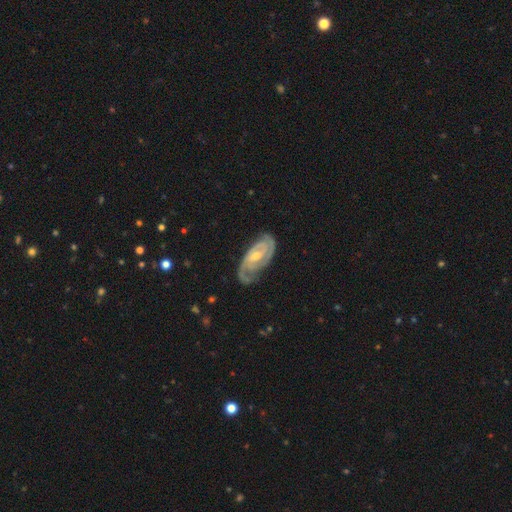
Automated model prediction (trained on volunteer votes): Q: Smooth or featured?
A: featured or disk (87%); runner-up: smooth (7%)
Q: Edge-on disk?
A: no (95%); runner-up: yes (5%)
Q: Bar?
A: weak (44%); runner-up: no (41%)
Q: Spiral arms?
A: yes (97%); runner-up: no (3%)
Q: Spiral winding?
A: tight (64%); runner-up: medium (30%)
Q: Spiral arm count?
A: 2 (73%); runner-up: can't tell (11%)
Q: Bulge size?
A: moderate (51%); runner-up: small (44%)
Q: Merging?
A: none (75%); runner-up: minor disturbance (18%)